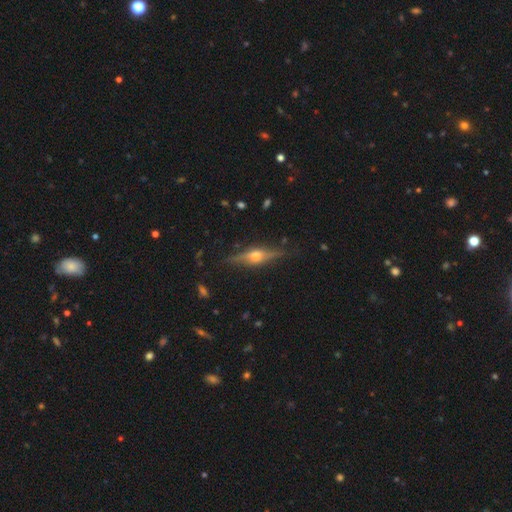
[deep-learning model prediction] featured or disk 77%, smooth 16%, star or artifact 7%. Down the decision tree: edge-on disk — yes (96%); edge-on bulge — rounded (92%); merging — none (85%).